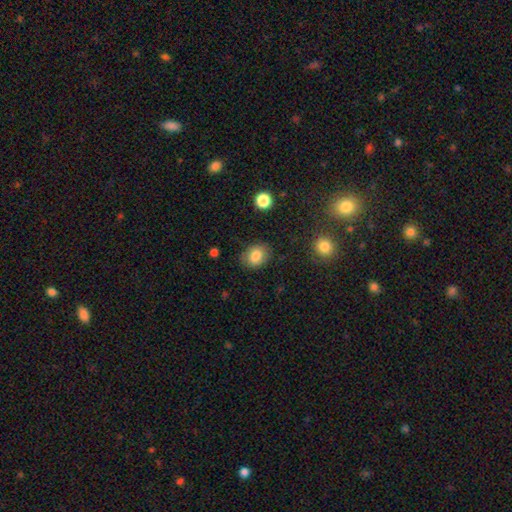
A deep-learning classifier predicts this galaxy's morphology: This is clearly a smooth galaxy (83%). How rounded: possibly in between (59%). Merging: clearly none (83%).